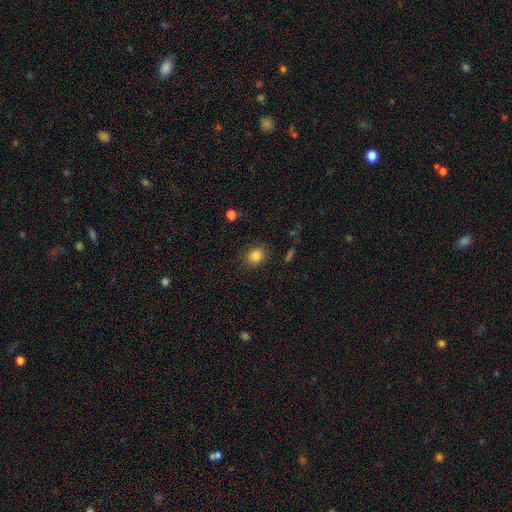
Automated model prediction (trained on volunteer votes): Smooth or featured?
  - smooth: 84% *
  - star or artifact: 11%
  - featured or disk: 5%
How rounded?
  - round: 78% *
  - in between: 21%
  - cigar-shaped: 1%
Merging?
  - none: 86% *
  - minor disturbance: 9%
  - major disturbance: 3%
  - merger: 1%